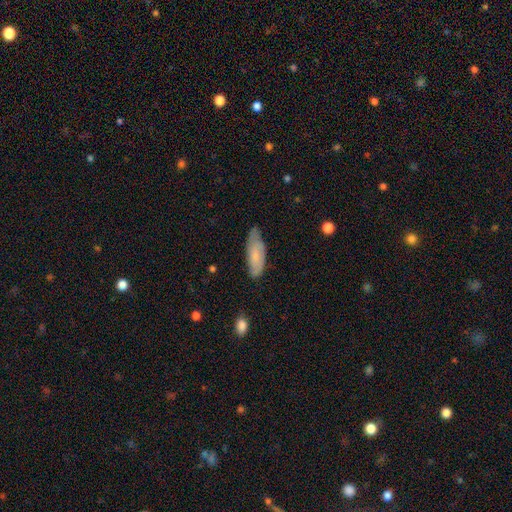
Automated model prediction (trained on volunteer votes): This is likely a smooth galaxy (68%). How rounded: likely in between (66%). Merging: likely none (68%).